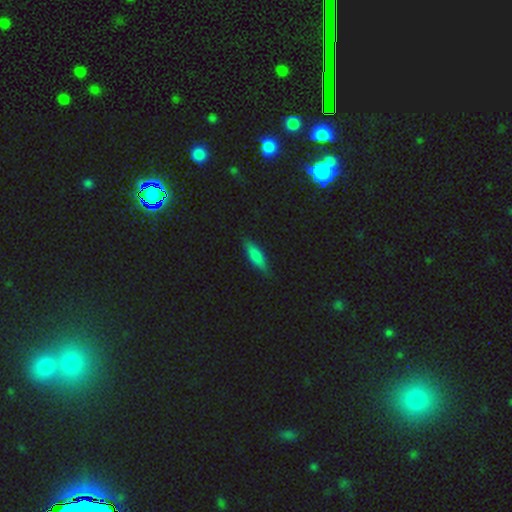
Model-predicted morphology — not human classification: The model was most divided on "how rounded": cigar-shaped: 55%, in between: 42%, round: 2%. More confident: merging — none (85%); smooth or featured — smooth (76%).